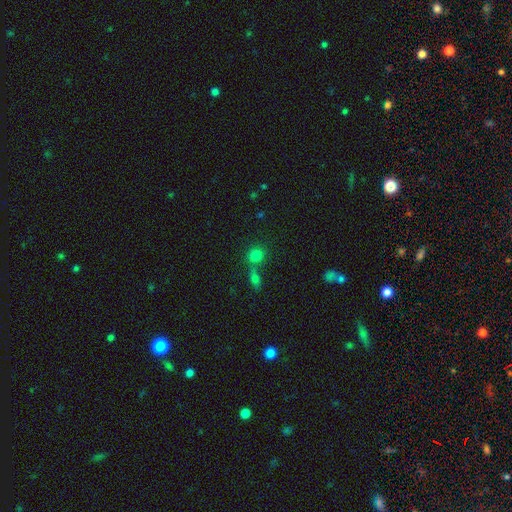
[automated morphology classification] Smooth or featured?
  - smooth: 79% *
  - star or artifact: 13%
  - featured or disk: 8%
How rounded?
  - round: 77% *
  - in between: 21%
  - cigar-shaped: 1%
Merging?
  - none: 52% *
  - merger: 36%
  - minor disturbance: 8%
  - major disturbance: 4%